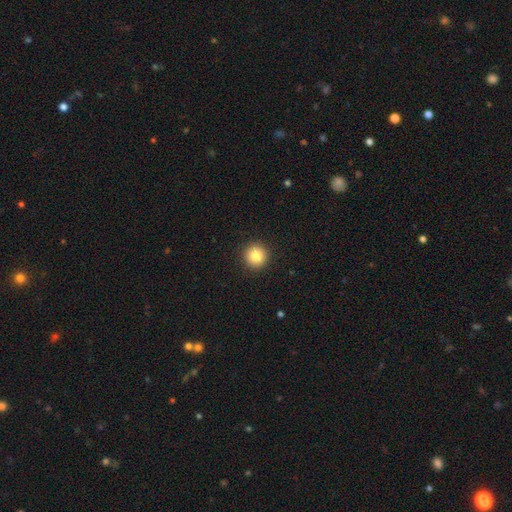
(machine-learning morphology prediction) A smooth galaxy with no disk features (85%) that is round (94%).

Vote fractions:
- Smooth or featured? smooth: 85% / star or artifact: 10% / featured or disk: 5%
- How rounded? round: 94% / in between: 5% / cigar-shaped: 1%
- Merging? none: 93% / minor disturbance: 5% / major disturbance: 2% / merger: 1%